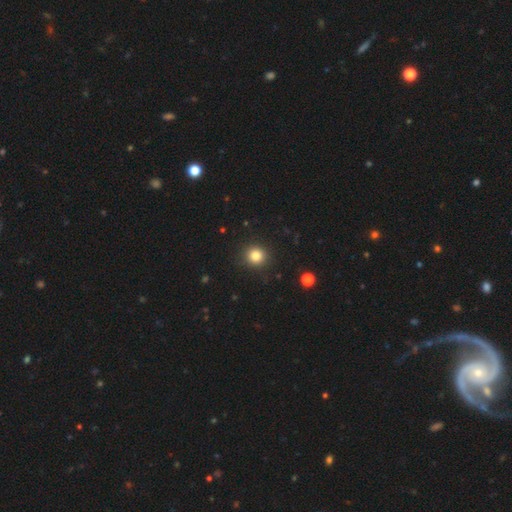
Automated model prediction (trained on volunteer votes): The model was most divided on "smooth or featured": smooth: 82%, star or artifact: 12%, featured or disk: 6%. More confident: how rounded — round (91%); merging — none (91%).